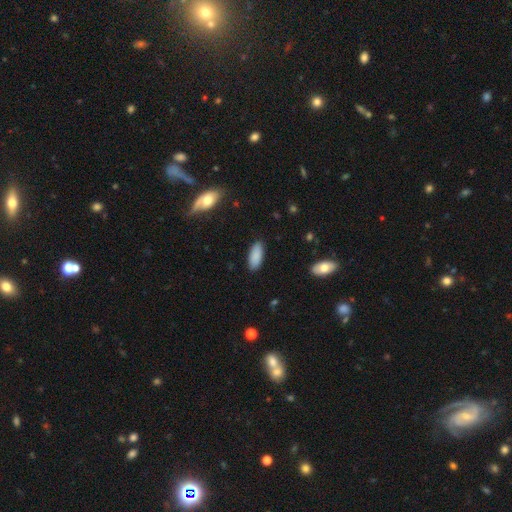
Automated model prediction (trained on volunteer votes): Morphology: type=smooth (88%); roundness=in between (82%); merging=none (88%).